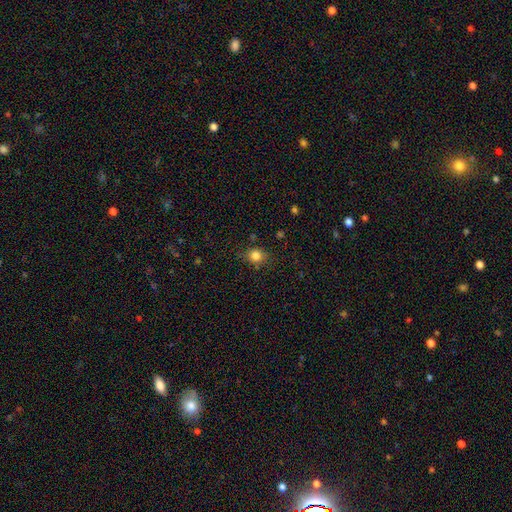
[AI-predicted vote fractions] This is clearly a smooth galaxy (81%). How rounded: likely round (72%). Merging: likely none (77%).